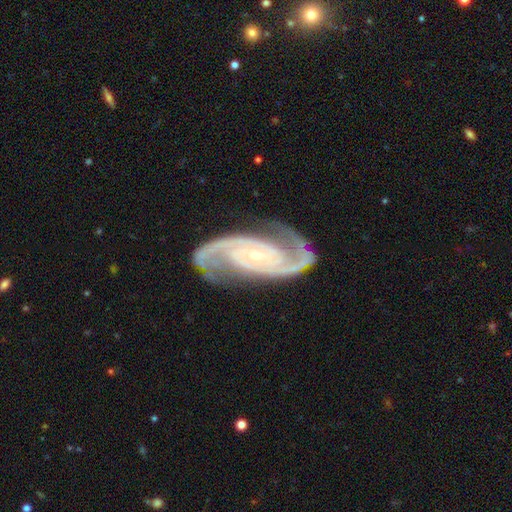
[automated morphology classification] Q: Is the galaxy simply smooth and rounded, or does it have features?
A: featured or disk — 93%.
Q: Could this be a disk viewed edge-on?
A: no — 97%.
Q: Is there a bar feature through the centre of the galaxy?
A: no — 61%.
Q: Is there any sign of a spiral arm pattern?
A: yes — 99%.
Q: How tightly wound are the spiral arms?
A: medium — 54%.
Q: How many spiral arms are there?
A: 2 — 93%.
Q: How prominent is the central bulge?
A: small — 81%.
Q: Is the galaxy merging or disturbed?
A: none — 80%.